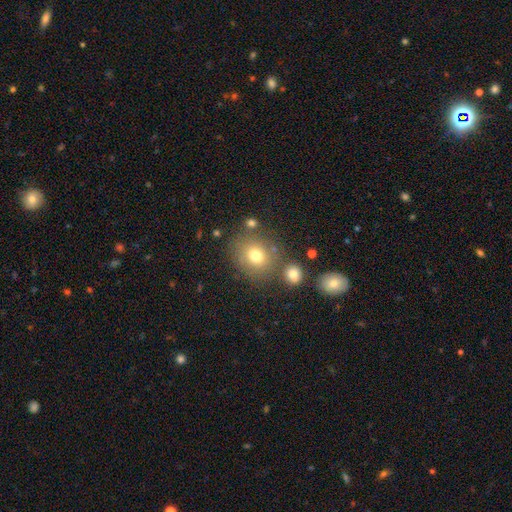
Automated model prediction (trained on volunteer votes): Smooth or featured? Predicted: smooth (p=0.74). How rounded? Predicted: round (p=0.80). Merging? Predicted: none (p=0.74).